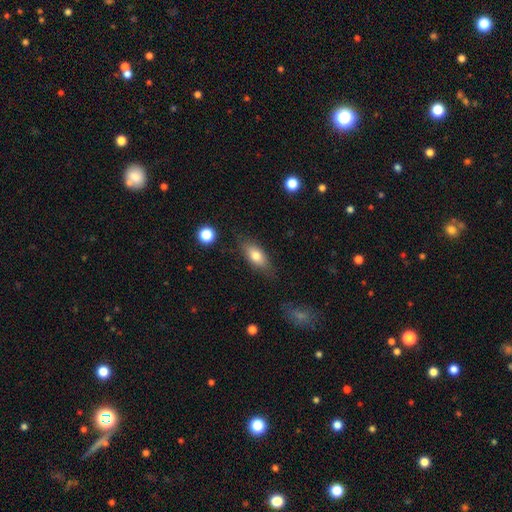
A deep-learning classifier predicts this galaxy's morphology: This is likely a smooth galaxy (74%). How rounded: clearly in between (81%). Merging: likely none (78%).